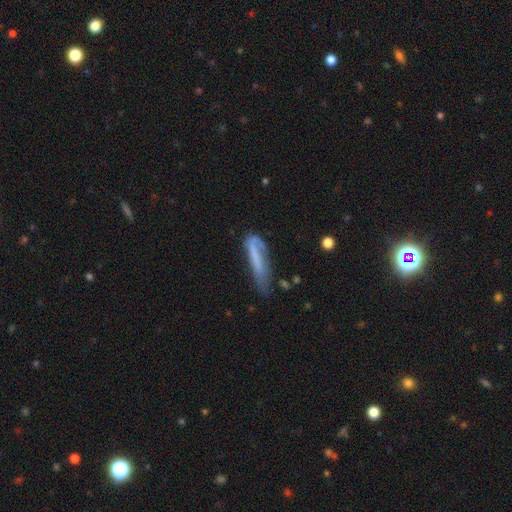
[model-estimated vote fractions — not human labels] smooth-or-featured: smooth: 53% | featured or disk: 38% | star or artifact: 9%
  how-rounded: cigar-shaped: 78% | in between: 20% | round: 2%
  merging: none: 39% | minor disturbance: 31% | major disturbance: 25% | merger: 5%